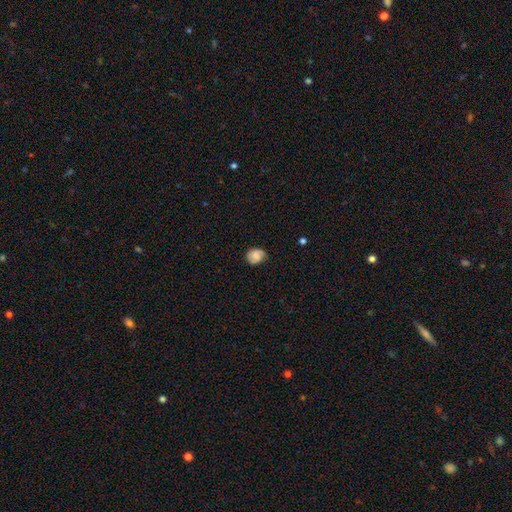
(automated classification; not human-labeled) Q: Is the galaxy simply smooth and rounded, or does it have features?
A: smooth — 54%.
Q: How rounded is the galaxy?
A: round — 67%.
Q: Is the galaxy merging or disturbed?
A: none — 71%.